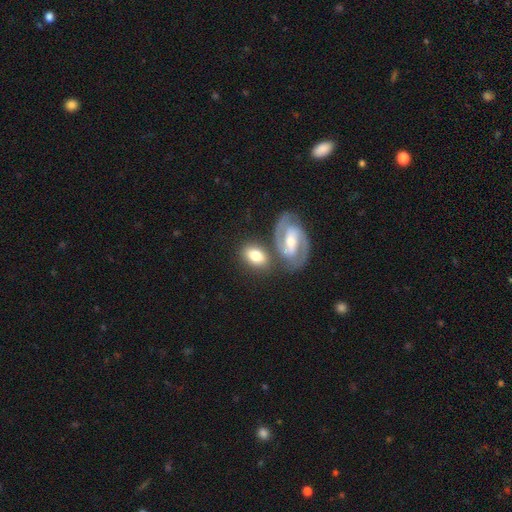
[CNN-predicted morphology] smooth_or_featured: smooth (p=0.55) [alt: featured or disk p=0.39]
how_rounded: in between (p=0.84) [alt: round p=0.14]
merging: none (p=0.58) [alt: merger p=0.24]